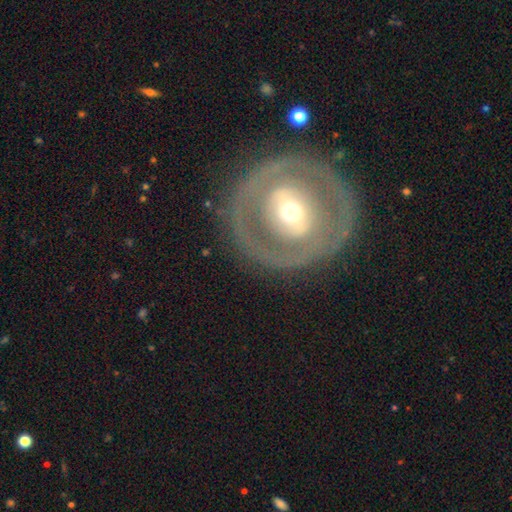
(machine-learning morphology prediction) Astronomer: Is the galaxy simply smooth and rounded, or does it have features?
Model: featured or disk — 66%.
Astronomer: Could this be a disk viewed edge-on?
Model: no — 94%.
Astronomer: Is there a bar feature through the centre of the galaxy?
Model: no — 56%.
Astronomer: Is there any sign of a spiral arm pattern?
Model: no — 77%.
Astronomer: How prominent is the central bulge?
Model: moderate — 59%.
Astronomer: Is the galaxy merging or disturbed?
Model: none — 79%.